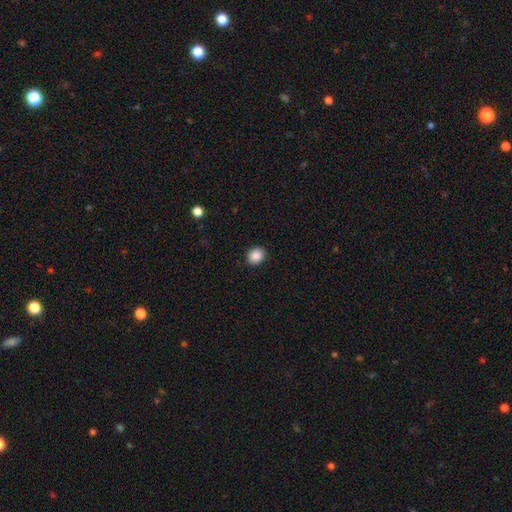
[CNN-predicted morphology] The model was most divided on "how rounded": round: 63%, in between: 36%, cigar-shaped: 1%. More confident: merging — none (91%); smooth or featured — smooth (89%).